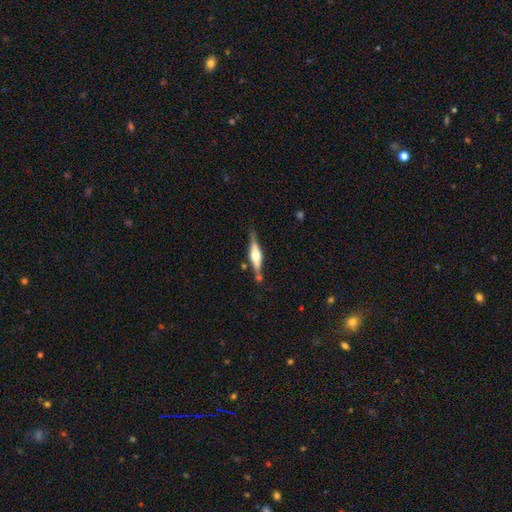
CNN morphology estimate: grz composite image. It shows a featured or disk galaxy (72%) viewed edge-on (97%) with a rounded central bulge (84%). Merging: none (78%).